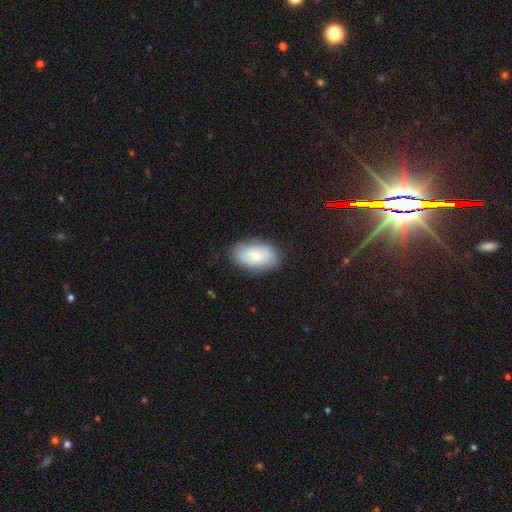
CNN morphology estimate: smooth_or_featured: smooth (p=0.69) [alt: featured or disk p=0.24]
how_rounded: in between (p=0.92) [alt: round p=0.07]
merging: none (p=0.80) [alt: minor disturbance p=0.15]